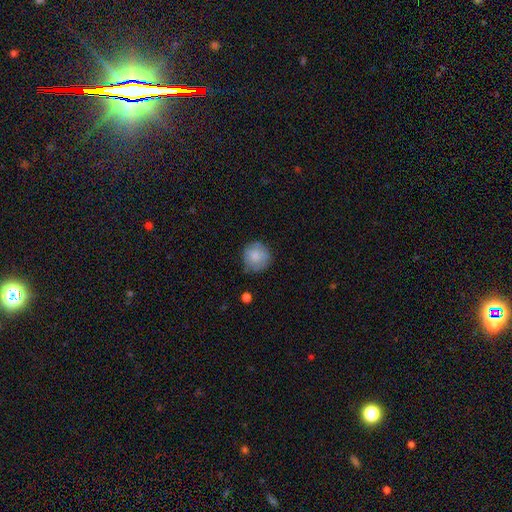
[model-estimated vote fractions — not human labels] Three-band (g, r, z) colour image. It shows a smooth galaxy with no disk features (79%) that is round (92%). Merging: none (72%).